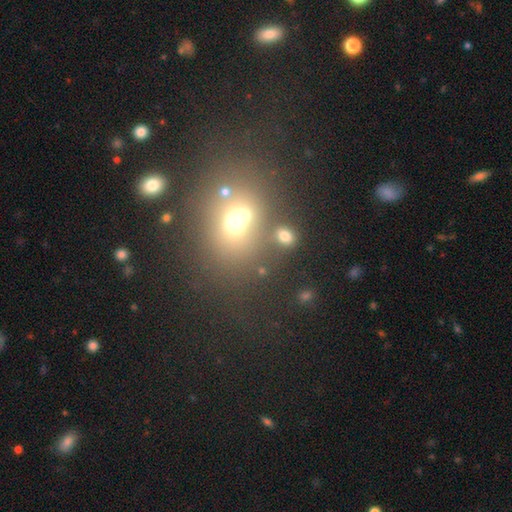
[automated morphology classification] Overall: smooth (52%; star or artifact 29%). How rounded: in between (52%; round 45%). Merging: none (65%).